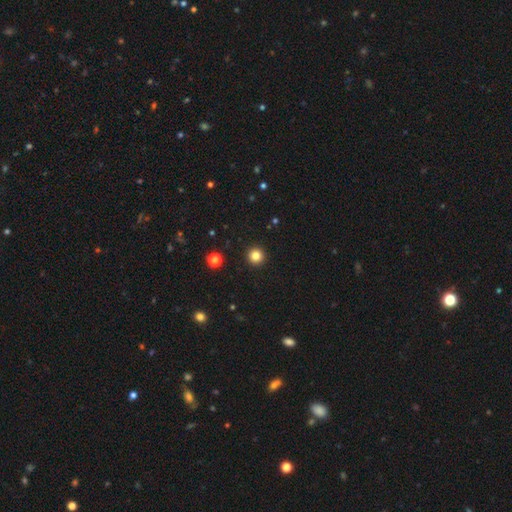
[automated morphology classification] This is clearly a smooth galaxy (82%). How rounded: clearly round (96%). Merging: clearly none (94%).